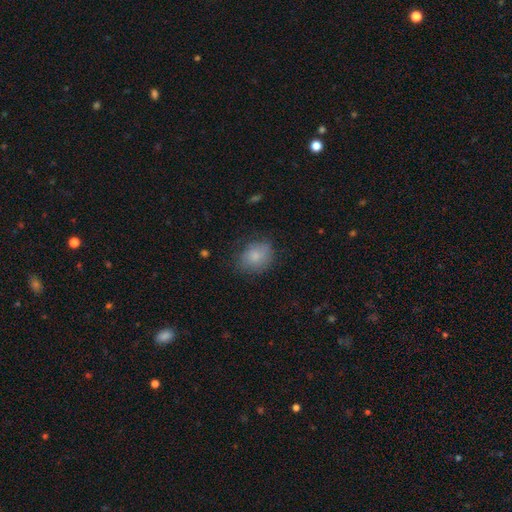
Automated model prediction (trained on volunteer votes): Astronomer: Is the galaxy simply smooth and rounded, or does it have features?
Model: smooth — 79%.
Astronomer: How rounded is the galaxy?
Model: round — 52% (runner-up: in between, 47%).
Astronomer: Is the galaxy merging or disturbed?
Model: none — 69%.